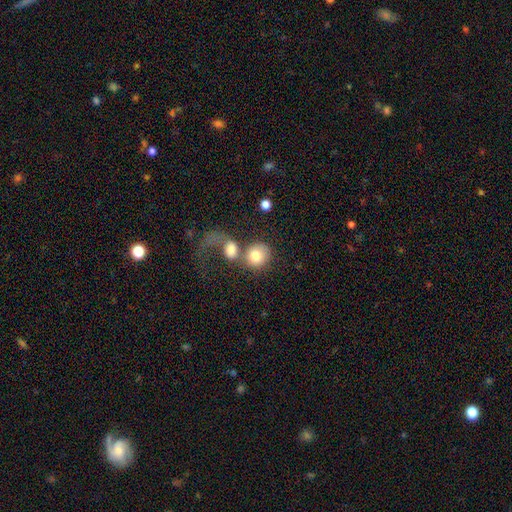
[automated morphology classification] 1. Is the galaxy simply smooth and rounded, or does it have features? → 76% smooth, 17% featured or disk, 8% star or artifact.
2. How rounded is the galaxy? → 75% round, 24% in between, 1% cigar-shaped.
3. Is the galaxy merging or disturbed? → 47% merger, 27% none, 18% major disturbance, 8% minor disturbance.